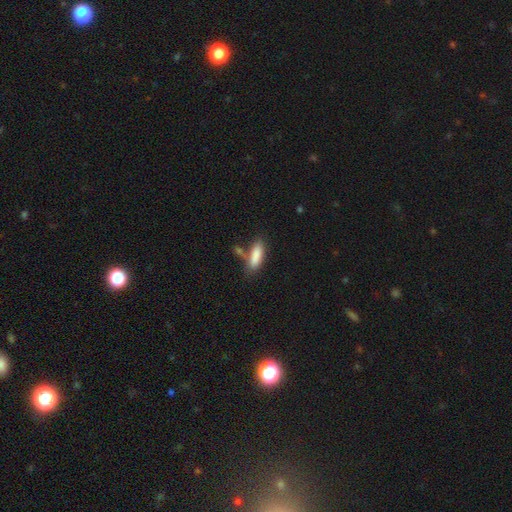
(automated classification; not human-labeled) smooth 85%, featured or disk 8%, star or artifact 7%. Down the decision tree: how rounded — in between (54%); merging — none (55%).